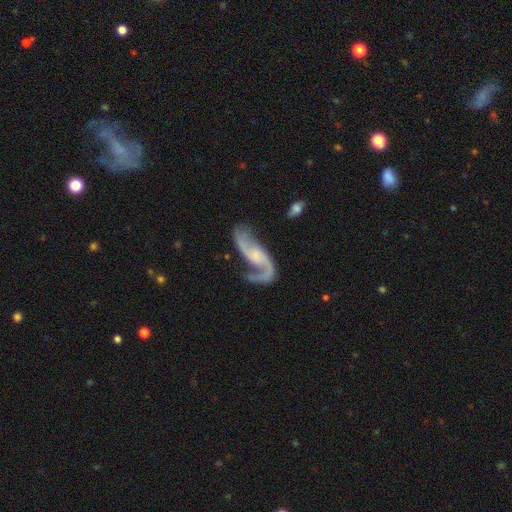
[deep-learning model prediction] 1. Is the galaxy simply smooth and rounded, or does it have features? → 90% featured or disk, 6% smooth, 4% star or artifact.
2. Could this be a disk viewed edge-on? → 96% no, 4% yes.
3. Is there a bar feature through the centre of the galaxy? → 52% no, 36% weak, 12% strong.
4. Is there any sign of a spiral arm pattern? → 97% yes, 3% no.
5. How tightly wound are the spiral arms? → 61% loose, 32% medium, 7% tight.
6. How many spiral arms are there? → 88% 2, 7% 1, 2% can't tell, 1% 3, 1% 4, 1% more than 4.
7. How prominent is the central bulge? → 45% small, 30% none, 19% moderate, 4% large, 1% dominant.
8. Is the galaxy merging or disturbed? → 58% none, 20% minor disturbance, 17% major disturbance, 4% merger.